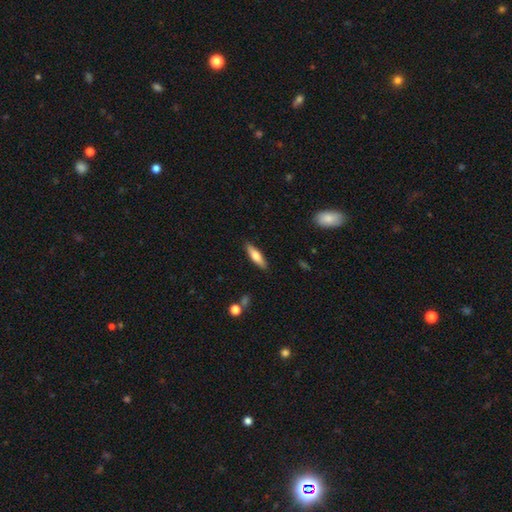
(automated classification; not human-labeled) Smooth or featured: smooth — 65% (featured or disk — 29%)
How rounded: cigar-shaped — 62% (in between — 36%)
Merging: none — 88% (minor disturbance — 9%)